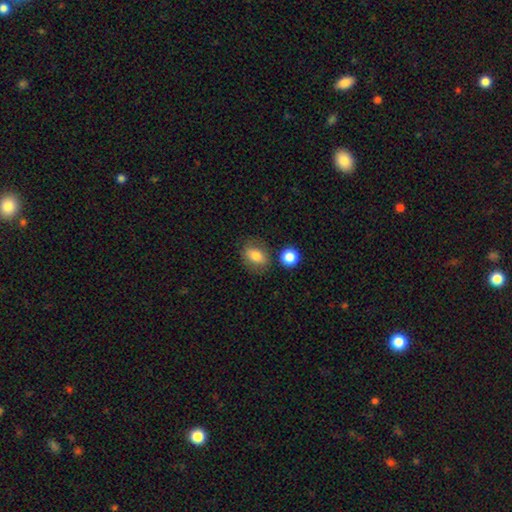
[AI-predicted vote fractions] smooth_or_featured: smooth (p=0.78) [alt: featured or disk p=0.14]
how_rounded: in between (p=0.72) [alt: round p=0.25]
merging: none (p=0.73) [alt: minor disturbance p=0.15]